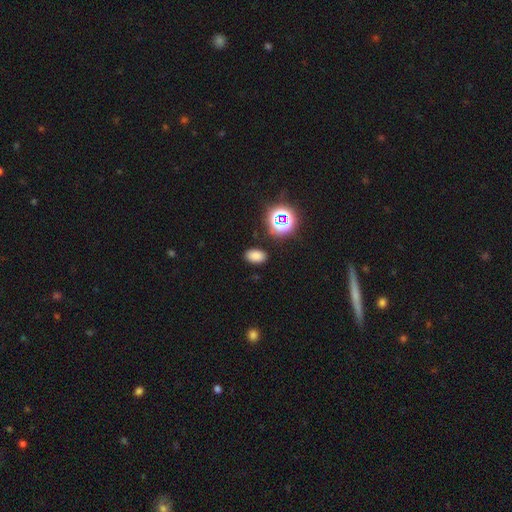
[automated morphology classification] type=smooth (77%); roundness=in between (88%); merging=none (87%).